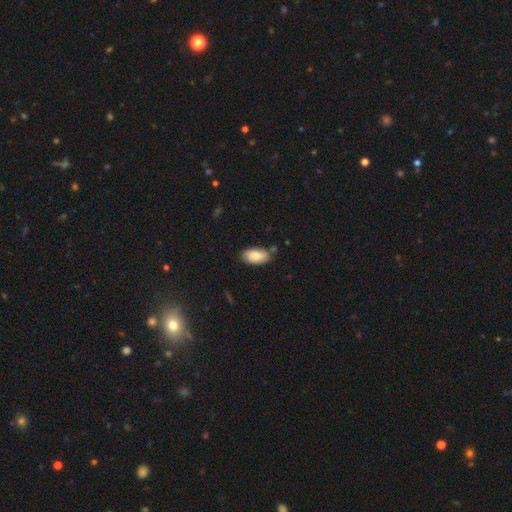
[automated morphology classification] The model was most divided on "merging": none: 75%, minor disturbance: 18%, merger: 4%, major disturbance: 3%. More confident: how rounded — in between (94%); smooth or featured — smooth (80%).